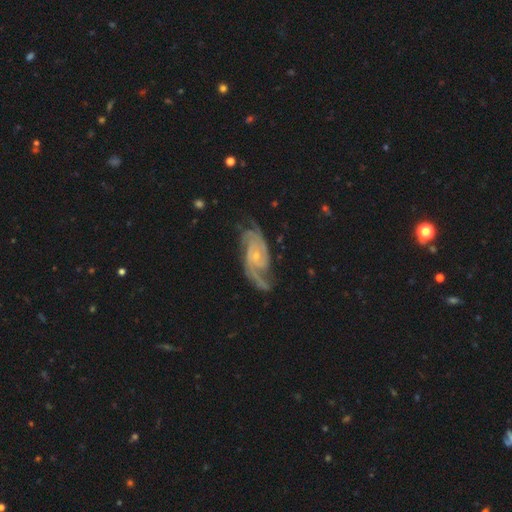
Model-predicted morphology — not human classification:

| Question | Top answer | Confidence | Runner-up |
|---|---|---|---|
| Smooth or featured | featured or disk | 91% | star or artifact (5%) |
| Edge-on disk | no | 96% | yes (4%) |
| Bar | no | 62% | weak (30%) |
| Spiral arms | yes | 98% | no (2%) |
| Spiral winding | tight | 44% | tied: medium (44%) |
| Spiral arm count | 2 | 53% | 3 (20%) |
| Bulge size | small | 75% | moderate (19%) |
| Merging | none | 67% | minor disturbance (20%) |